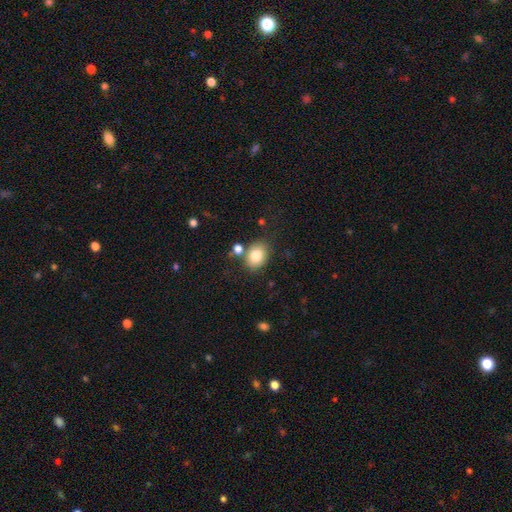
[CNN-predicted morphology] smooth_or_featured: smooth (p=0.80) [alt: featured or disk p=0.10]
how_rounded: in between (p=0.62) [alt: round p=0.37]
merging: none (p=0.73) [alt: minor disturbance p=0.13]